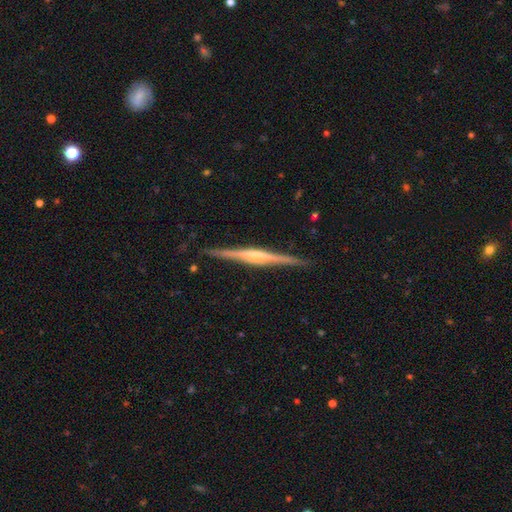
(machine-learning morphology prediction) This appears to be a featured or disk galaxy (84%) viewed edge-on (98%) with a rounded central bulge (72%). Merging: none (91%).